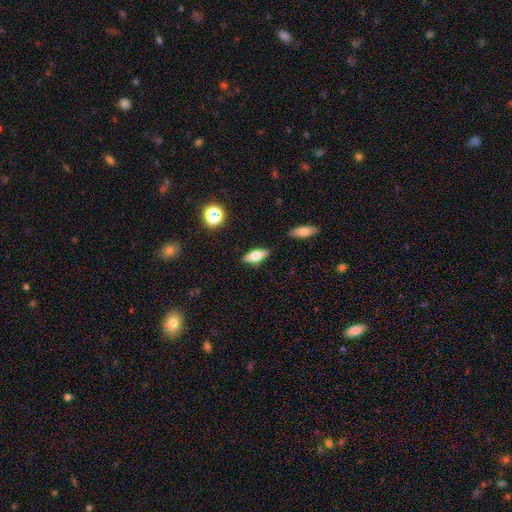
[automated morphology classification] Smooth or featured? smooth (62%)
How rounded? in between (74%)
Merging? none (84%)